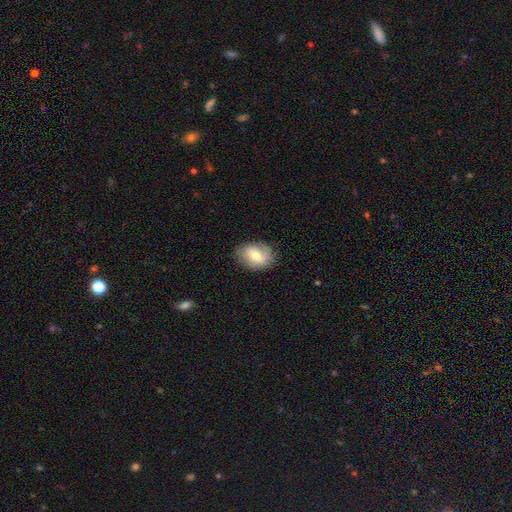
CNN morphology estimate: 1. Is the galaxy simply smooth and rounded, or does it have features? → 57% smooth, 36% featured or disk, 8% star or artifact.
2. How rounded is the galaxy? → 73% in between, 26% round, 1% cigar-shaped.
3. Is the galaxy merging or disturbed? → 78% none, 16% minor disturbance, 4% major disturbance, 1% merger.